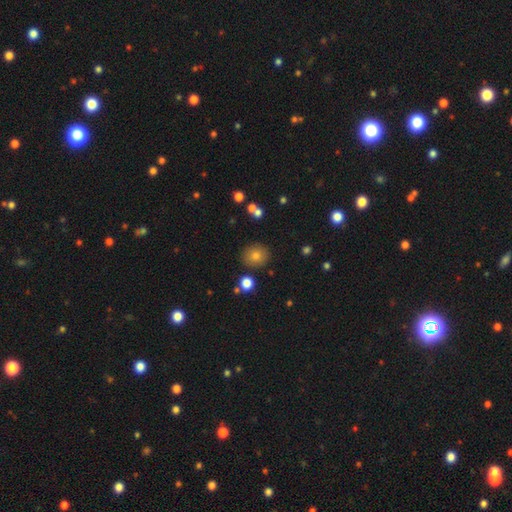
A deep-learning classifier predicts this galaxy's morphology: Overall: smooth (79%). How rounded: round (73%). Merging: none (85%).